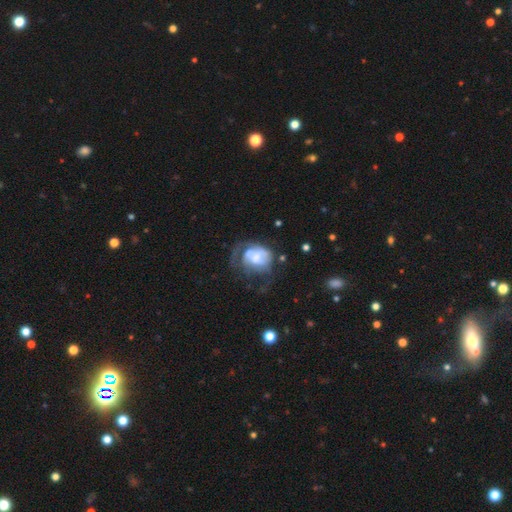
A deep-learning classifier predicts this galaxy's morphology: This is possibly a featured or disk galaxy (53%). It is clearly not viewed edge-on (97%). Bar: likely no (68%). Spiral arm pattern: possibly no (52%). Central bulge: marginally moderate (28%). Merging: possibly major disturbance (48%).